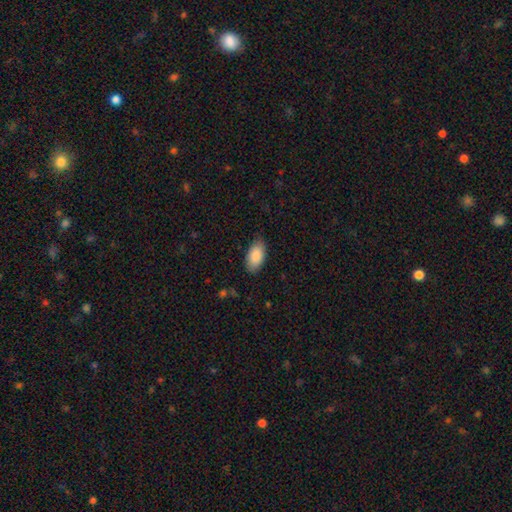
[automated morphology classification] smooth-or-featured: smooth: 87% | featured or disk: 7% | star or artifact: 6%
  how-rounded: in between: 95% | round: 3% | cigar-shaped: 3%
  merging: none: 82% | minor disturbance: 15% | major disturbance: 3% | merger: 1%